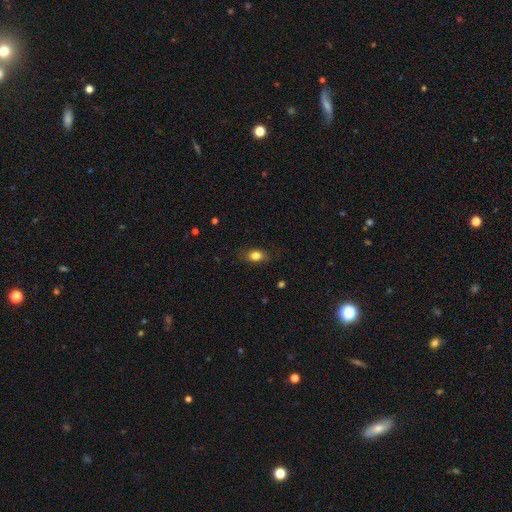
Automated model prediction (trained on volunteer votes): Smooth or featured? Predicted: smooth (p=0.80). How rounded? Predicted: in between (p=0.76). Merging? Predicted: none (p=0.78).